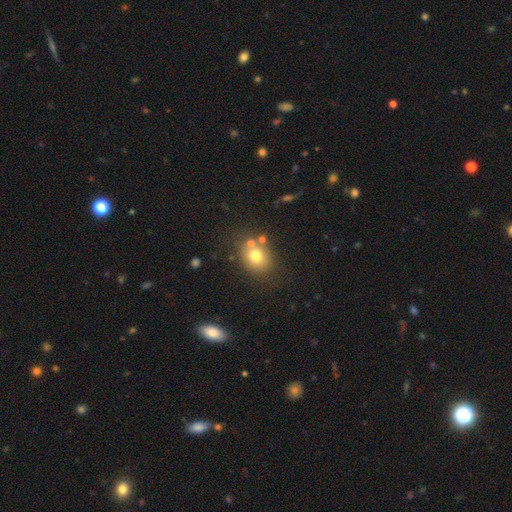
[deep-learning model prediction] Smooth or featured: smooth — 73% (featured or disk — 14%)
How rounded: round — 64% (in between — 35%)
Merging: none — 66% (merger — 18%)